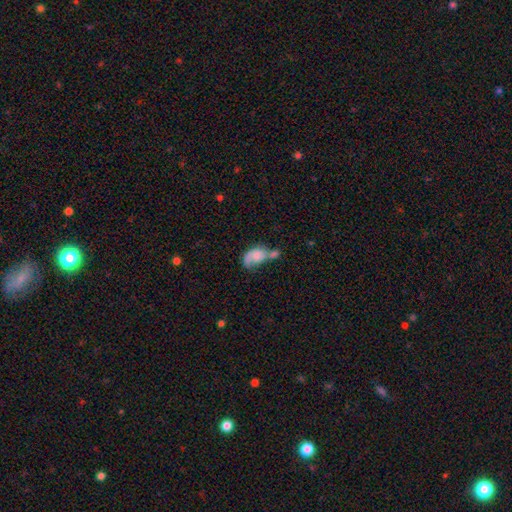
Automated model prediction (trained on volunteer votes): smooth 51%, featured or disk 39%, star or artifact 9%. Down the decision tree: how rounded — in between (82%); merging — merger (49%).